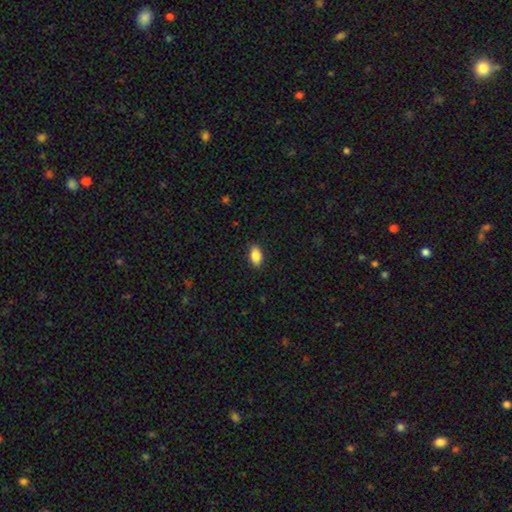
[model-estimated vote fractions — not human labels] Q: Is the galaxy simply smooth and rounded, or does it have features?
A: smooth — 87%.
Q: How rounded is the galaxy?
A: in between — 92%.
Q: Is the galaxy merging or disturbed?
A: none — 88%.